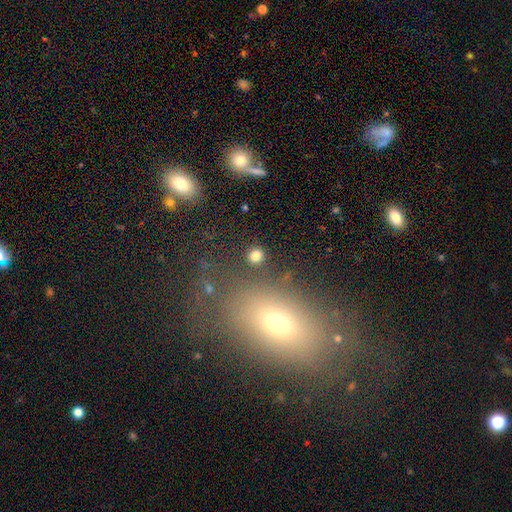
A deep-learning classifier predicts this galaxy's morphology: Smooth or featured?
  - smooth: 80% *
  - star or artifact: 14%
  - featured or disk: 6%
How rounded?
  - round: 88% *
  - in between: 11%
  - cigar-shaped: 1%
Merging?
  - none: 88% *
  - minor disturbance: 6%
  - merger: 3%
  - major disturbance: 3%